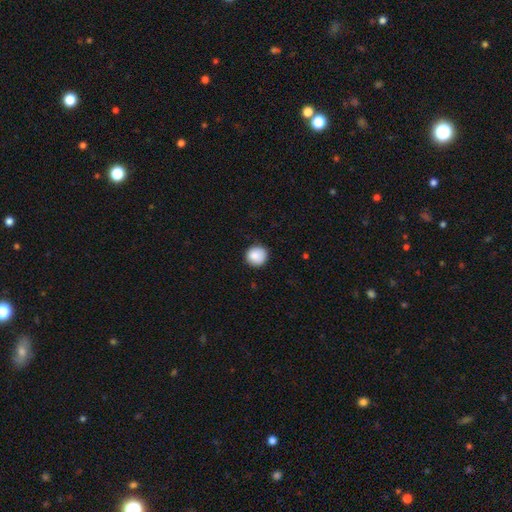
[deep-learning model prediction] This appears to be a smooth galaxy with no disk features (87%) that is round (93%). Merging: none (87%).